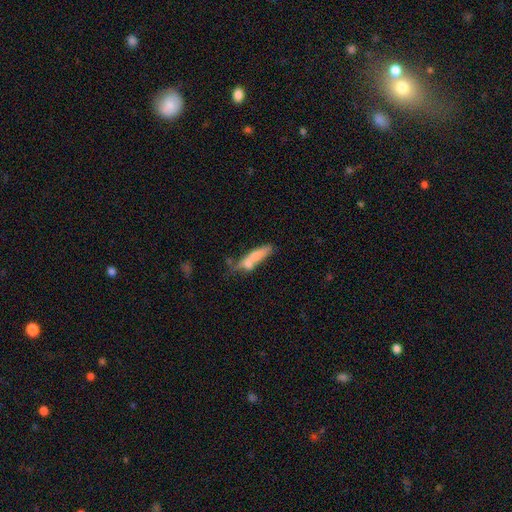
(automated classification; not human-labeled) Smooth or featured?
  - smooth: 56% *
  - featured or disk: 34%
  - star or artifact: 10%
How rounded?
  - cigar-shaped: 72% *
  - in between: 25%
  - round: 3%
Merging?
  - none: 39% *
  - merger: 29%
  - minor disturbance: 20%
  - major disturbance: 12%